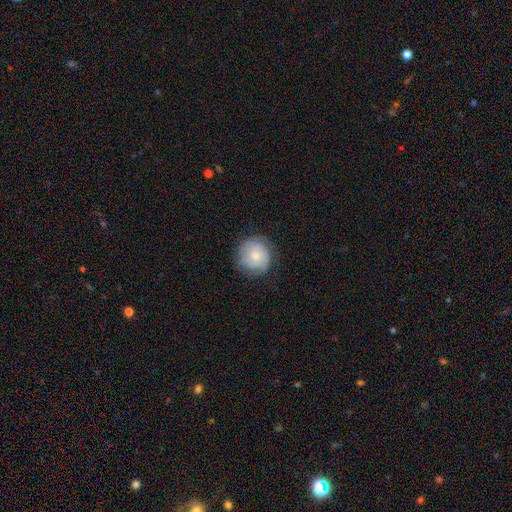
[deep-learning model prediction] Smooth or featured? Predicted: smooth (p=0.56). How rounded? Predicted: round (p=0.91). Merging? Predicted: none (p=0.77).